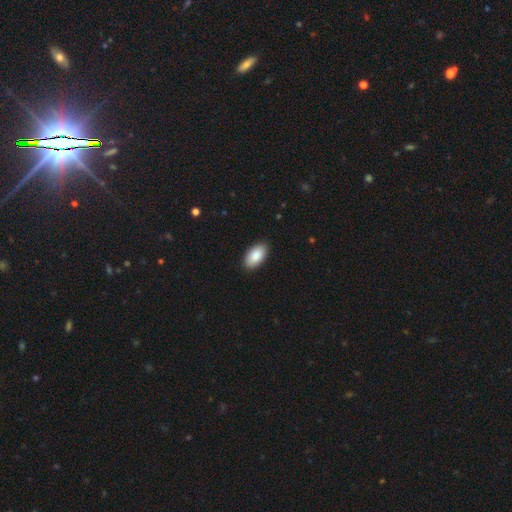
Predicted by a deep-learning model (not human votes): Smooth or featured? smooth (89%)
How rounded? in between (95%)
Merging? none (90%)